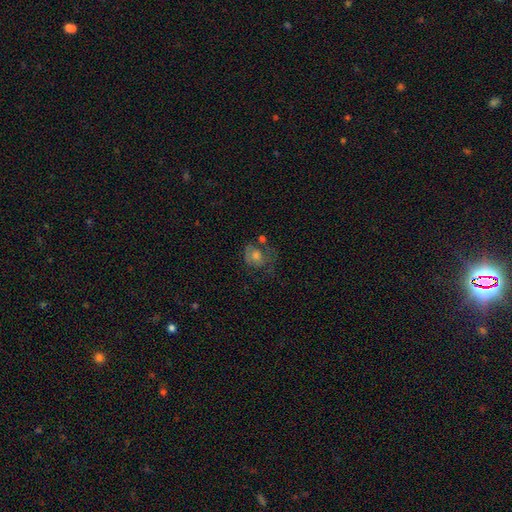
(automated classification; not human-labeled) A featured or disk galaxy (46%).

Vote fractions:
- Smooth or featured? featured or disk: 46% / smooth: 36% / star or artifact: 17%
- Merging? none: 47% / major disturbance: 24% / minor disturbance: 21% / merger: 8%